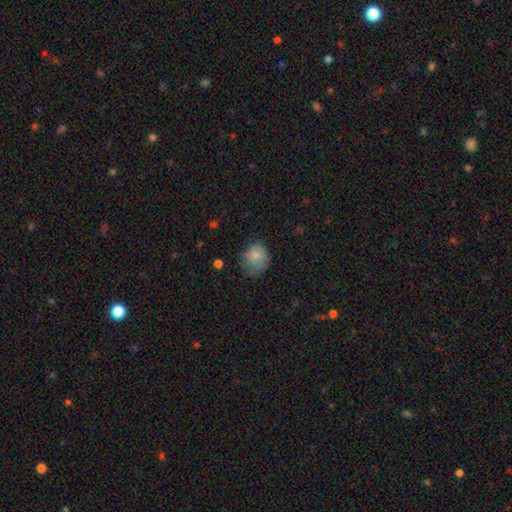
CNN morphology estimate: smooth_or_featured: smooth (p=0.81) [alt: featured or disk p=0.10]
how_rounded: round (p=0.67) [alt: in between p=0.33]
merging: none (p=0.52) [alt: minor disturbance p=0.33]